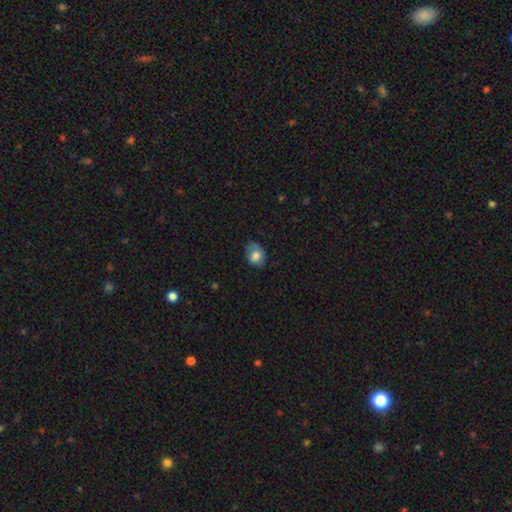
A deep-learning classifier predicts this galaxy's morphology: type=smooth (76%); roundness=in between (63%); merging=none (63%).